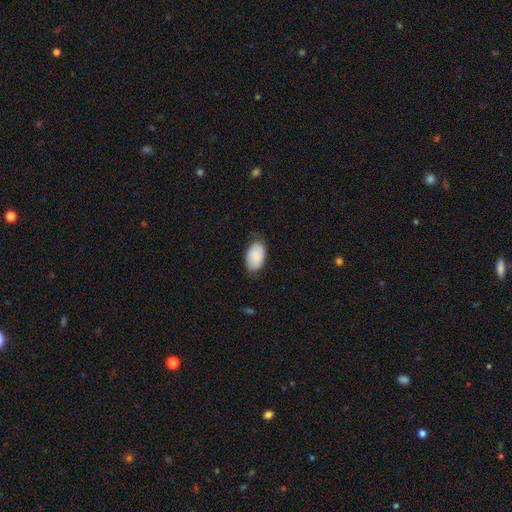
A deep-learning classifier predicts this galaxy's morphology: Q: Smooth or featured?
A: smooth (87%); runner-up: featured or disk (7%)
Q: How rounded?
A: in between (94%); runner-up: round (5%)
Q: Merging?
A: none (76%); runner-up: minor disturbance (20%)